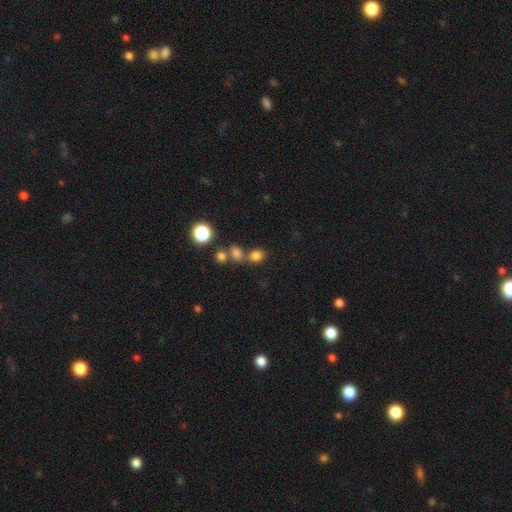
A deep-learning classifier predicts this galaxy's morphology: This appears to be a smooth galaxy with no disk features (75%) that is round (53%). Merging: none (56%).